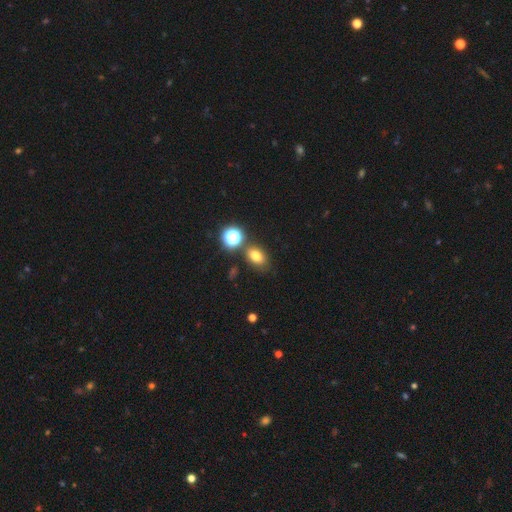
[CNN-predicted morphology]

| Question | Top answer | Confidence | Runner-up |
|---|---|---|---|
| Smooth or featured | smooth | 74% | star or artifact (18%) |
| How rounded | in between | 71% | round (27%) |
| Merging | none | 72% | minor disturbance (13%) |